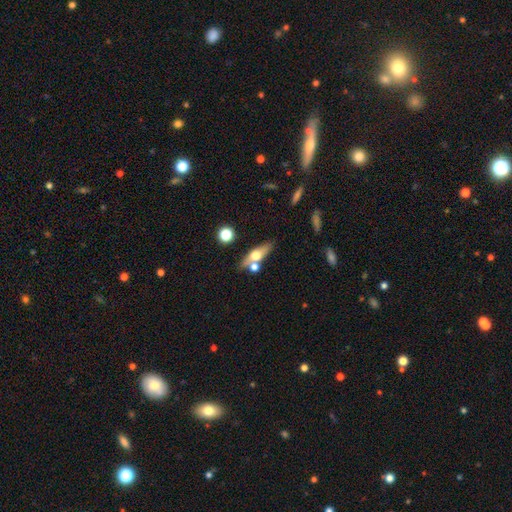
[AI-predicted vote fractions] Smooth or featured?
  - featured or disk: 47% *
  - smooth: 45%
  - star or artifact: 7%
Merging?
  - none: 67% *
  - merger: 17%
  - minor disturbance: 12%
  - major disturbance: 4%